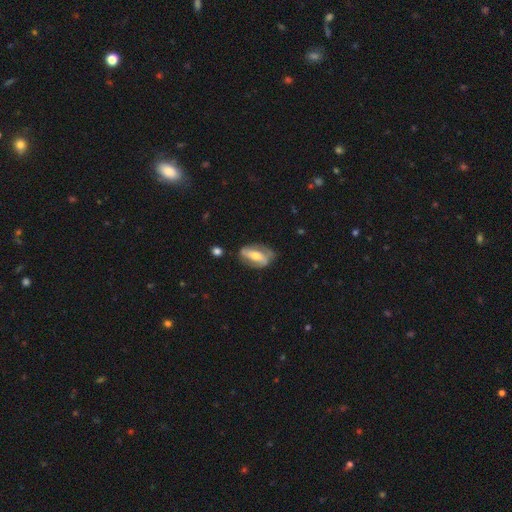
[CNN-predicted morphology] A featured or disk galaxy (61%) with a strong bar (48%), spiral arms (61%) and a moderate central bulge (62%). Merging: none (65%).